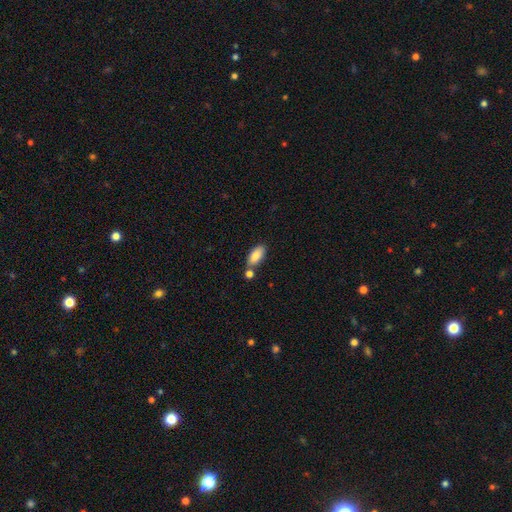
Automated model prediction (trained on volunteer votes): This appears to be a smooth galaxy with no disk features (86%) that is in between round and cigar-shaped (90%). Merging: none (64%).